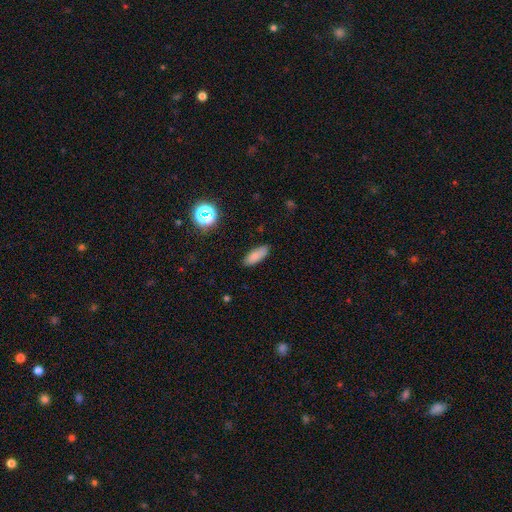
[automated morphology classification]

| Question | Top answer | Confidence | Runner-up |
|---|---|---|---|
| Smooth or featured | smooth | 84% | star or artifact (10%) |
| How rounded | in between | 69% | cigar-shaped (28%) |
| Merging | none | 87% | minor disturbance (10%) |